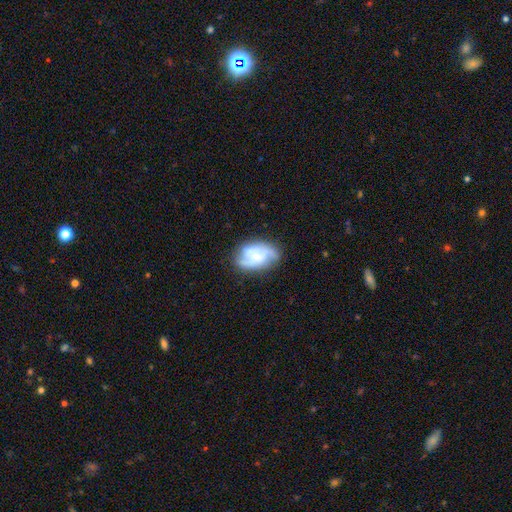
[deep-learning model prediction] This appears to be a featured or disk galaxy (59%) with no bar (67%), spiral arms (82%) and a small central bulge (37%). Merging: none (60%).